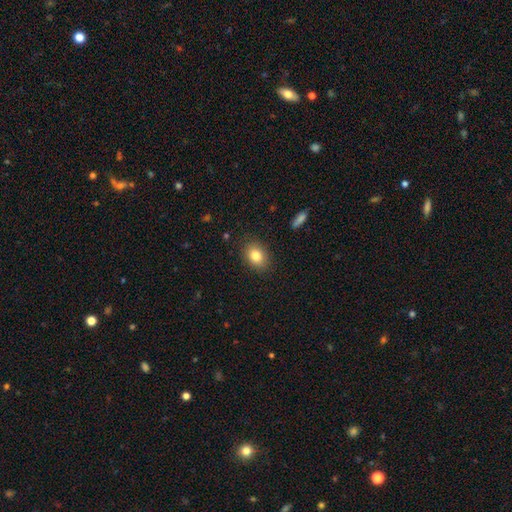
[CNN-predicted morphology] This is clearly a smooth galaxy (82%). How rounded: likely in between (65%). Merging: clearly none (87%).